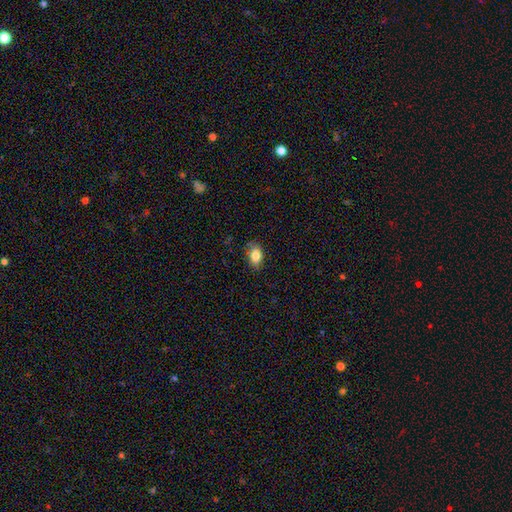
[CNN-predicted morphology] Smooth or featured: smooth — 83% (featured or disk — 9%)
How rounded: in between — 88% (round — 10%)
Merging: none — 77% (minor disturbance — 19%)